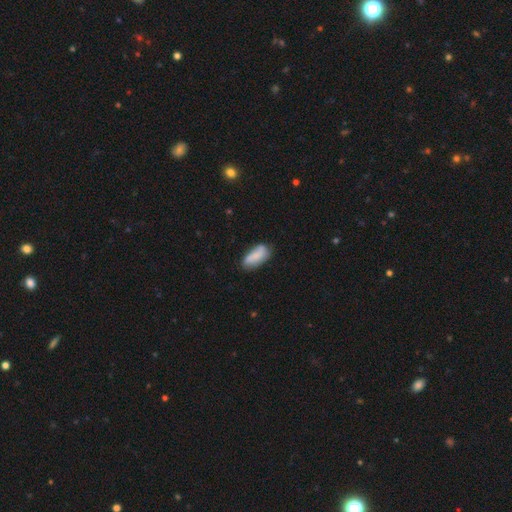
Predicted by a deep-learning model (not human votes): A smooth galaxy with no disk features (76%) that is in between round and cigar-shaped (77%).

Vote fractions:
- Smooth or featured? smooth: 76% / featured or disk: 18% / star or artifact: 7%
- How rounded? in between: 77% / cigar-shaped: 20% / round: 2%
- Merging? none: 65% / minor disturbance: 25% / major disturbance: 6% / merger: 4%